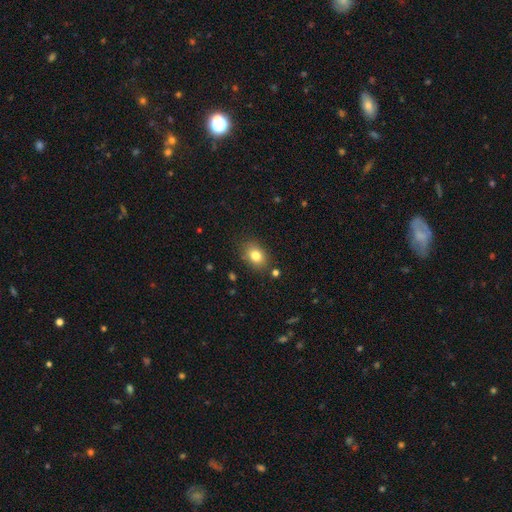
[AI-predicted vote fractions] Overall: smooth (82%). How rounded: in between (68%; round 30%). Merging: none (82%).